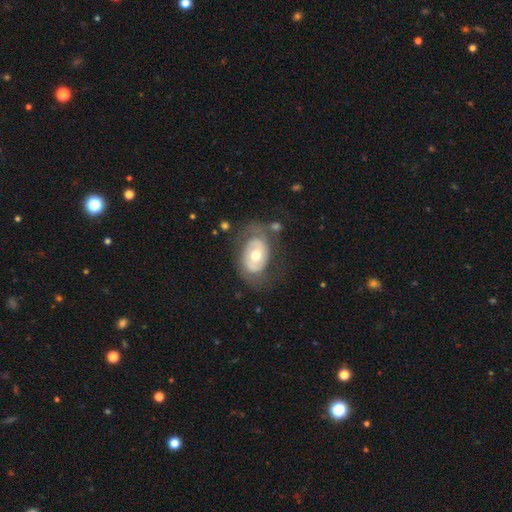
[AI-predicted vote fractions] Smooth or featured? featured or disk (59%)
Edge-on disk? no (94%)
Bar? no (74%)
Spiral arms? no (51%)
Bulge size? moderate (72%)
Merging? none (58%)